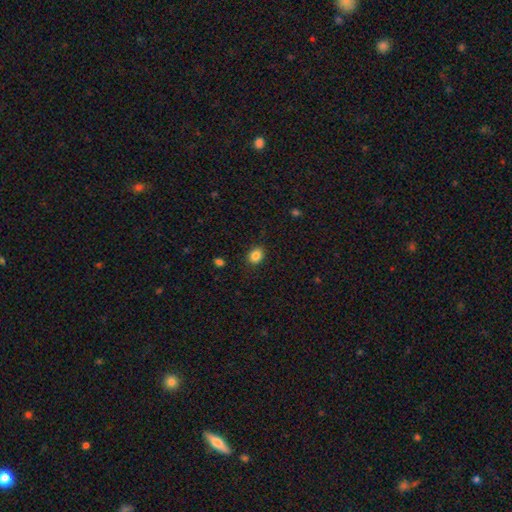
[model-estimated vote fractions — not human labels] Smooth or featured? smooth (85%)
How rounded? round (52%)
Merging? none (88%)